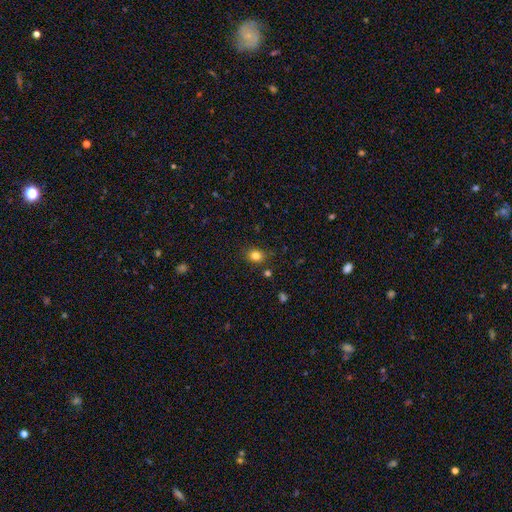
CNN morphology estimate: smooth_or_featured: smooth (p=0.82) [alt: star or artifact p=0.12]
how_rounded: round (p=0.56) [alt: in between p=0.44]
merging: none (p=0.83) [alt: minor disturbance p=0.11]